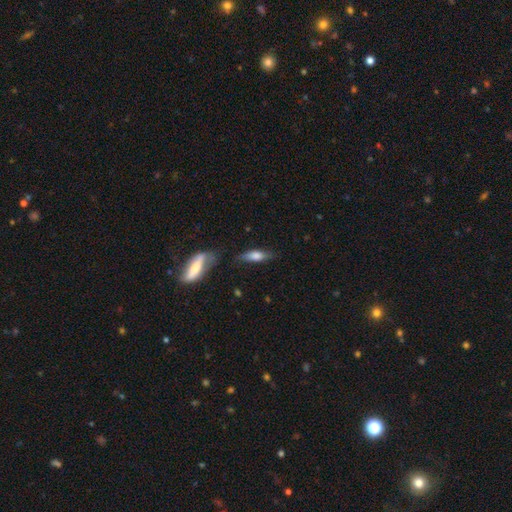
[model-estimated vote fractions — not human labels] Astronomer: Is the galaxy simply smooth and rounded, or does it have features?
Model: smooth — 66%.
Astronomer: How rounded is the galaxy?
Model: in between — 52% (runner-up: cigar-shaped, 45%).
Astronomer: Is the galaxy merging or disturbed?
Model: none — 64%.